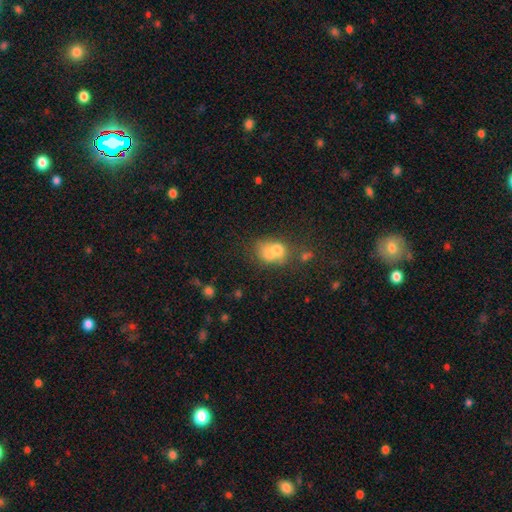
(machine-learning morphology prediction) This is possibly a smooth galaxy (58%). How rounded: possibly round (56%). Merging: marginally none (42%).